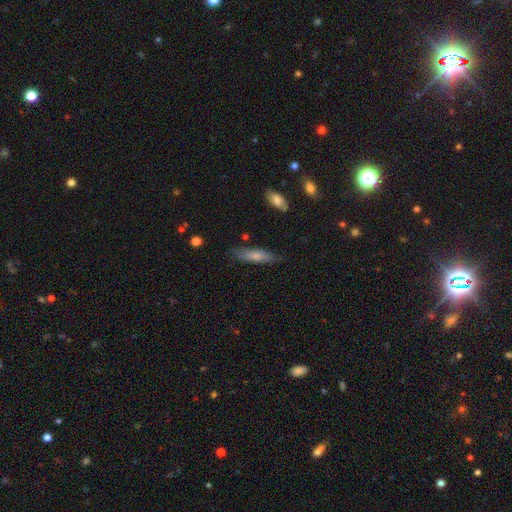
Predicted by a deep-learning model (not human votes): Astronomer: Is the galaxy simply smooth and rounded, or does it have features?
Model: smooth — 70%.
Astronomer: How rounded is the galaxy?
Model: cigar-shaped — 65%.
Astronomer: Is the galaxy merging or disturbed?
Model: none — 76%.